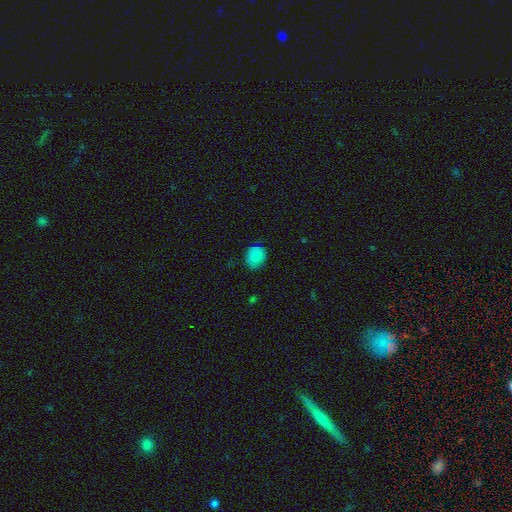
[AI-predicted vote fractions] Smooth or featured? smooth (86%)
How rounded? round (61%)
Merging? none (79%)